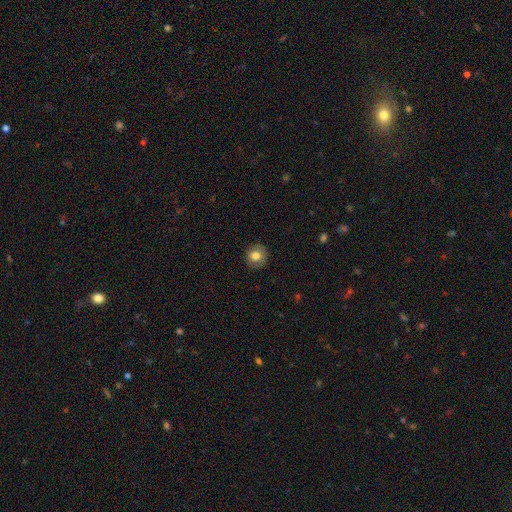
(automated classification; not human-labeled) Smooth or featured? smooth (77%)
How rounded? round (90%)
Merging? none (88%)